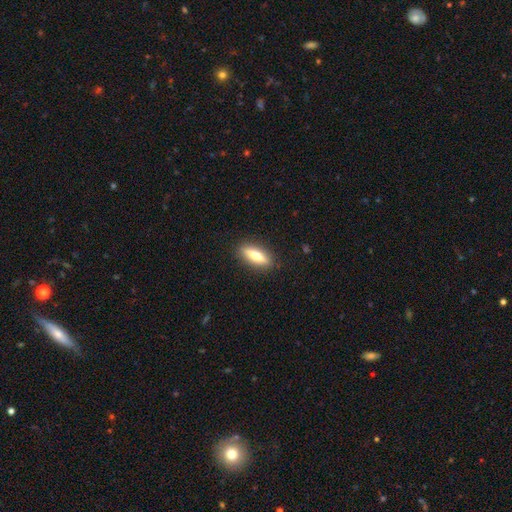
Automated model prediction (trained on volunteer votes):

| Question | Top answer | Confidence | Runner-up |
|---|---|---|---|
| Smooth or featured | smooth | 68% | featured or disk (26%) |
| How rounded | cigar-shaped | 60% | in between (38%) |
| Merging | none | 89% | minor disturbance (8%) |